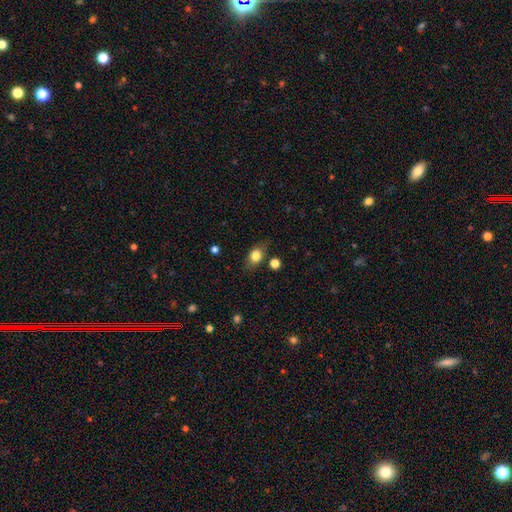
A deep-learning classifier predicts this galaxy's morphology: smooth-or-featured: smooth: 77% | featured or disk: 14% | star or artifact: 9%
  how-rounded: in between: 69% | round: 27% | cigar-shaped: 4%
  merging: none: 75% | minor disturbance: 18% | major disturbance: 5% | merger: 3%